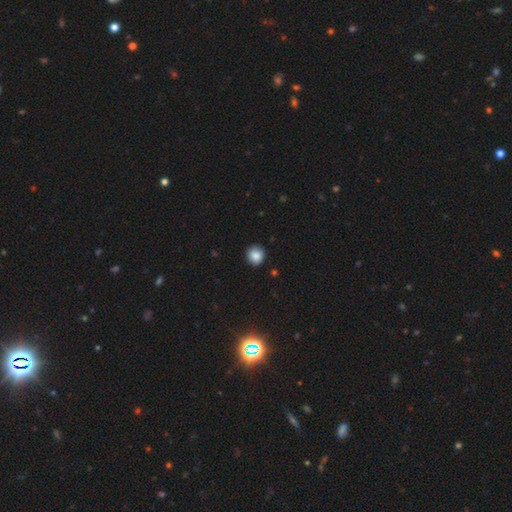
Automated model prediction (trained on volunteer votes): Smooth or featured? smooth (86%)
How rounded? round (92%)
Merging? none (90%)